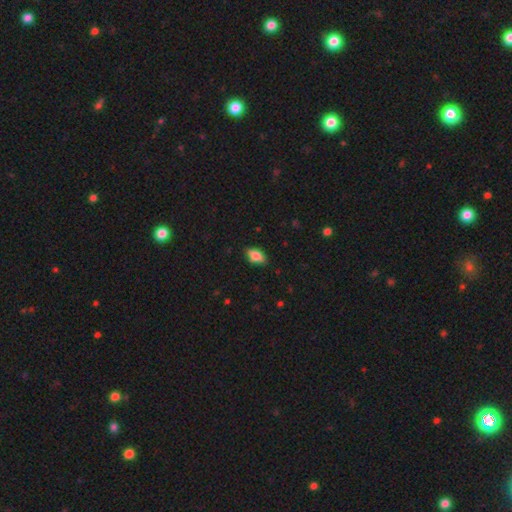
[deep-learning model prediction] Morphology: type=smooth (78%); roundness=in between (88%); merging=none (81%).